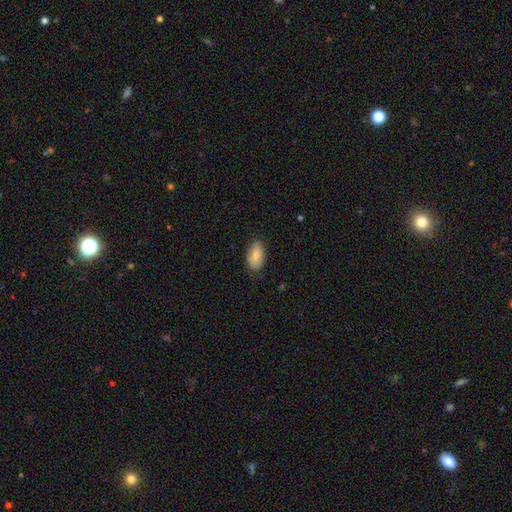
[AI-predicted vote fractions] A smooth galaxy with no disk features (83%) that is in between round and cigar-shaped (93%).

Vote fractions:
- Smooth or featured? smooth: 83% / featured or disk: 11% / star or artifact: 6%
- How rounded? in between: 93% / round: 4% / cigar-shaped: 3%
- Merging? none: 76% / minor disturbance: 20% / major disturbance: 3% / merger: 1%